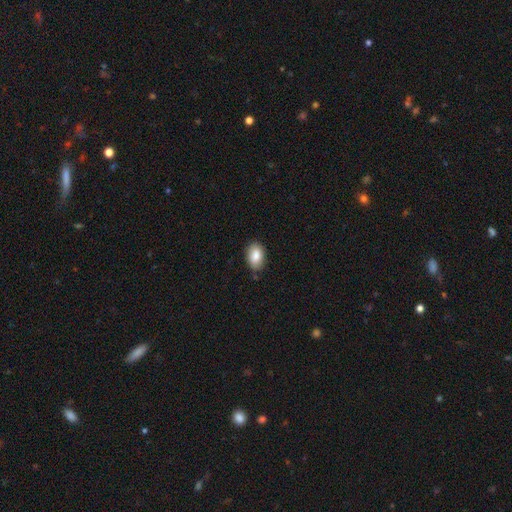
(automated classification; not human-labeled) Q: Smooth or featured?
A: smooth (86%); runner-up: featured or disk (7%)
Q: How rounded?
A: in between (89%); runner-up: round (10%)
Q: Merging?
A: none (82%); runner-up: minor disturbance (14%)